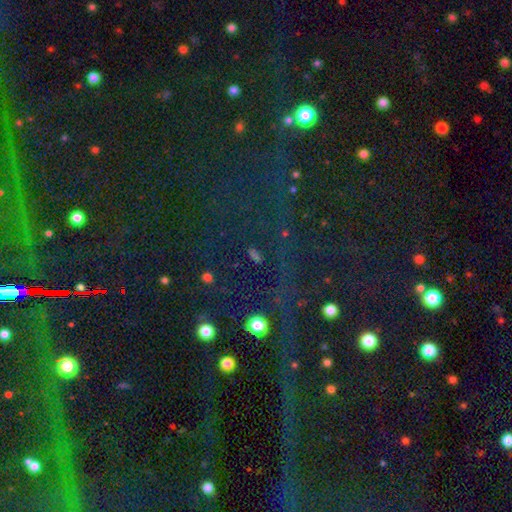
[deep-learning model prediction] star or artifact 67%, smooth 23%, featured or disk 10%.